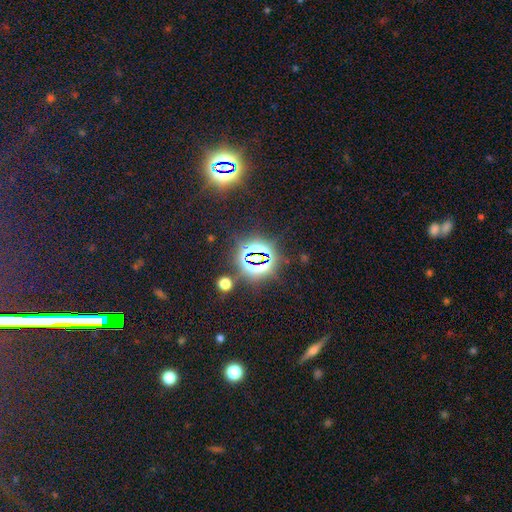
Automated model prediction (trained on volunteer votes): Smooth or featured: star or artifact — 79% (smooth — 13%)